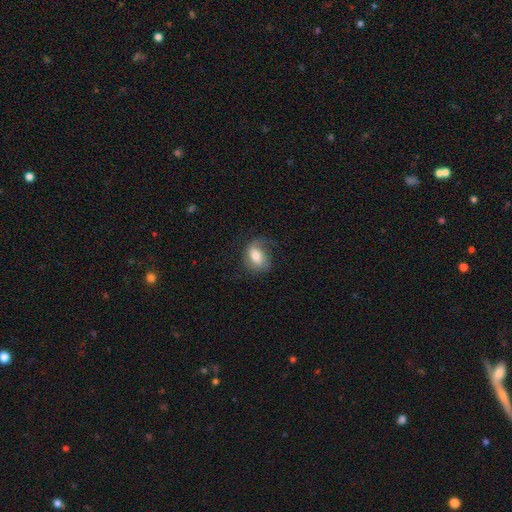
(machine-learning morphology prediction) Smooth or featured? smooth (56%)
How rounded? in between (71%)
Merging? none (51%)